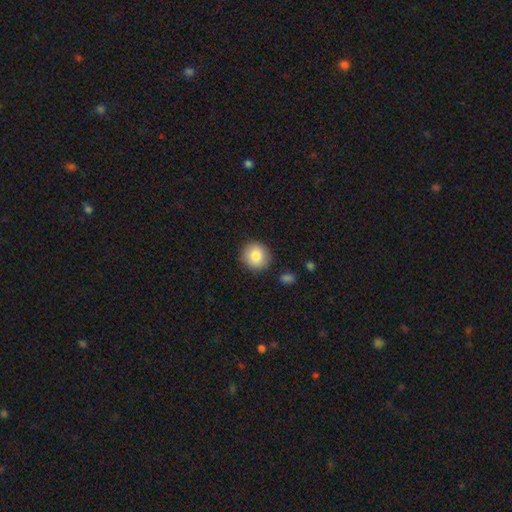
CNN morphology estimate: A smooth galaxy with no disk features (85%) that is round (90%).

Vote fractions:
- Smooth or featured? smooth: 85% / star or artifact: 8% / featured or disk: 7%
- How rounded? round: 90% / in between: 9% / cigar-shaped: 1%
- Merging? none: 87% / minor disturbance: 9% / major disturbance: 2% / merger: 2%